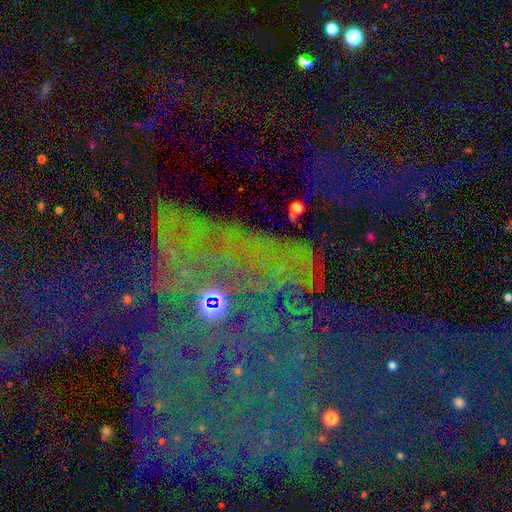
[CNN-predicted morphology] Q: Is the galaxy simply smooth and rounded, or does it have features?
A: star or artifact — 72%.